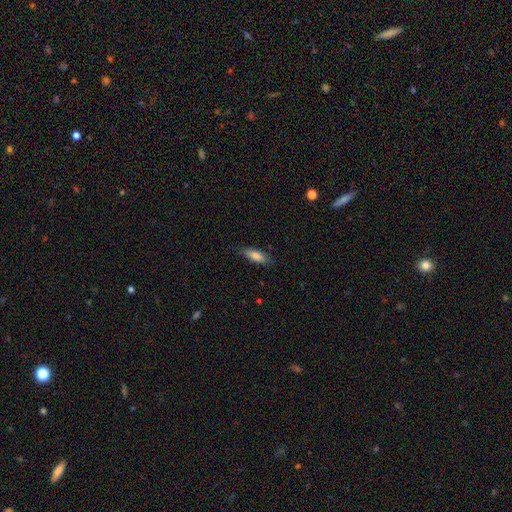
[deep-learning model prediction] smooth 81%, featured or disk 12%, star or artifact 7%. Down the decision tree: how rounded — in between (66%); merging — none (81%).